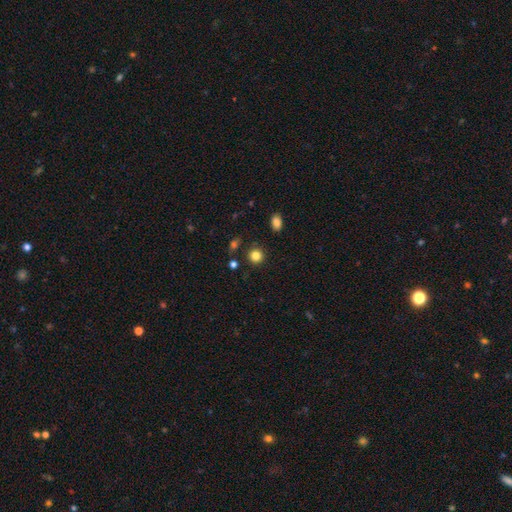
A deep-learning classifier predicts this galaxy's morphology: The model was most divided on "smooth or featured": smooth: 83%, star or artifact: 12%, featured or disk: 5%. More confident: how rounded — round (91%); merging — none (87%).